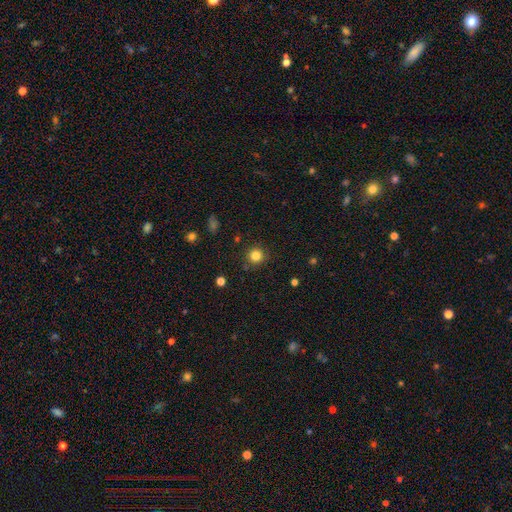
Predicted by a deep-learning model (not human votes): This appears to be a smooth galaxy with no disk features (82%) that is round (94%). Merging: none (88%).